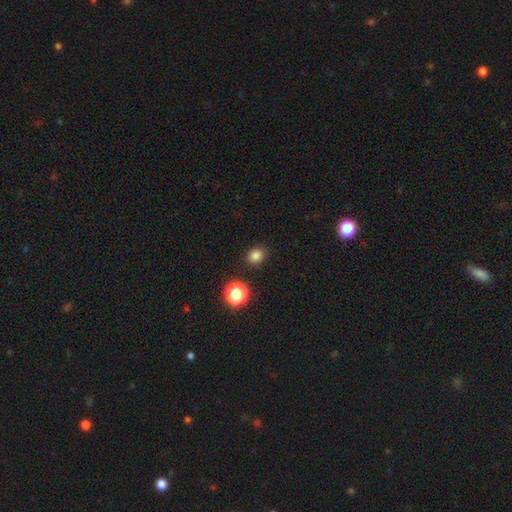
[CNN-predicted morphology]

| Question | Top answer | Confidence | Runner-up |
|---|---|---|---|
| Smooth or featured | smooth | 81% | star or artifact (15%) |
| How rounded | round | 73% | in between (26%) |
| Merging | none | 87% | minor disturbance (8%) |